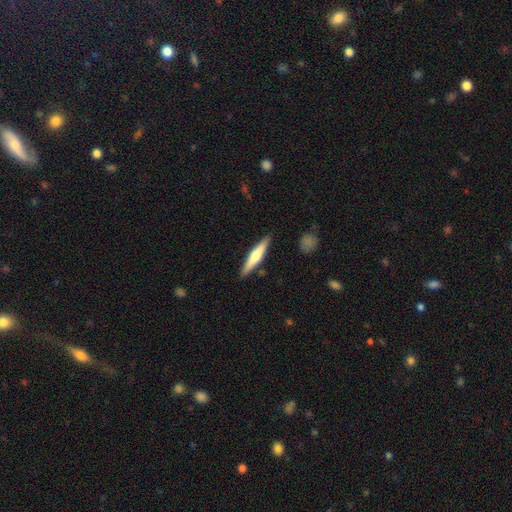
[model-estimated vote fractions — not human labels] featured or disk 48%, smooth 47%, star or artifact 5%. Down the decision tree: merging — none (88%).